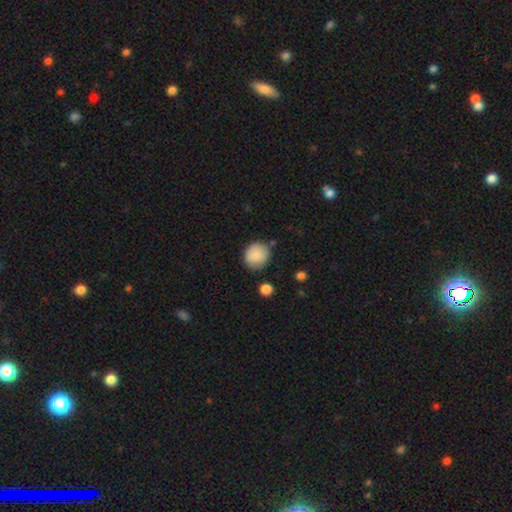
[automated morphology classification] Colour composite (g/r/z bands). It shows a smooth galaxy with no disk features (88%) that is round (84%). Merging: none (80%).